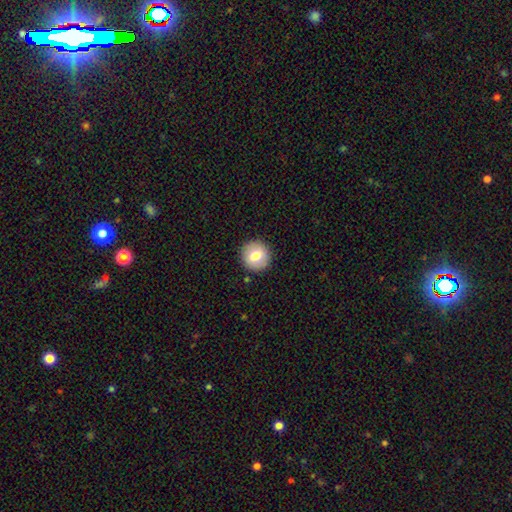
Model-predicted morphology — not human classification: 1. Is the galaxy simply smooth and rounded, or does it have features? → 75% smooth, 17% featured or disk, 8% star or artifact.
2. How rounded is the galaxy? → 93% round, 6% in between, 1% cigar-shaped.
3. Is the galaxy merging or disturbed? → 91% none, 6% minor disturbance, 2% major disturbance, 1% merger.